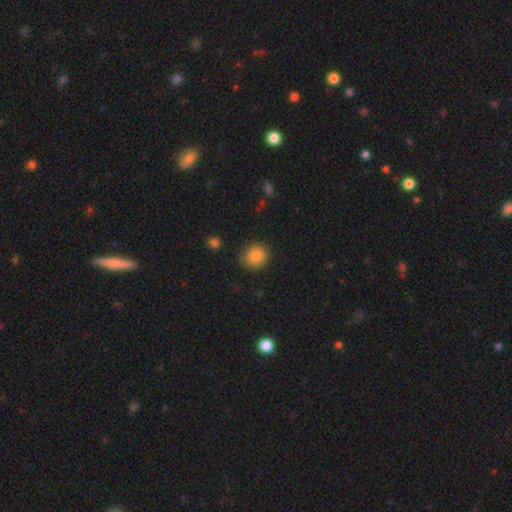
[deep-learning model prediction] The model was most divided on "merging": none: 83%, minor disturbance: 12%, major disturbance: 3%, merger: 2%. More confident: how rounded — round (88%); smooth or featured — smooth (84%).